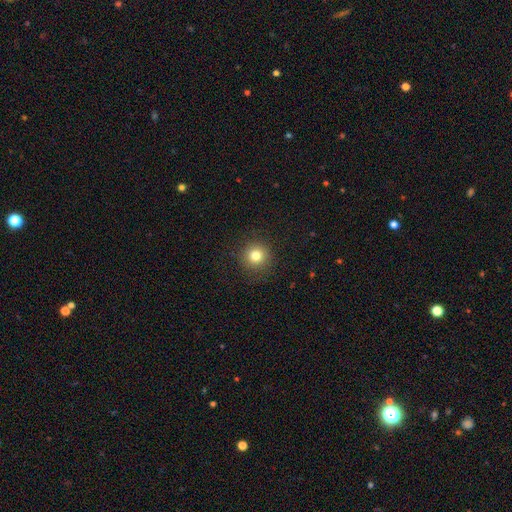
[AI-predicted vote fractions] A smooth galaxy with no disk features (80%) that is round (94%).

Vote fractions:
- Smooth or featured? smooth: 80% / star or artifact: 13% / featured or disk: 7%
- How rounded? round: 94% / in between: 5% / cigar-shaped: 1%
- Merging? none: 90% / minor disturbance: 6% / major disturbance: 3% / merger: 1%